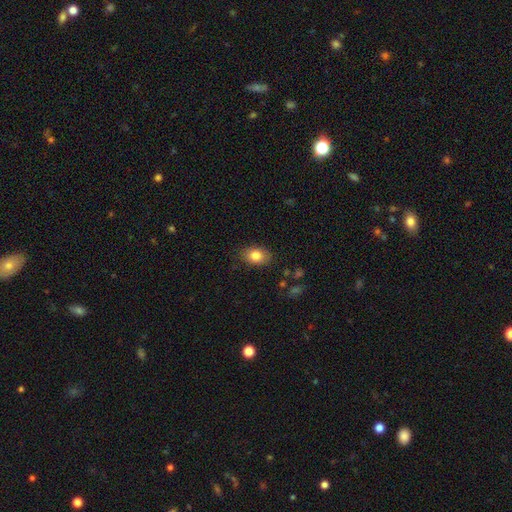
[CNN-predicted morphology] The model was most divided on "how rounded": in between: 82%, round: 16%, cigar-shaped: 1%. More confident: merging — none (84%); smooth or featured — smooth (82%).